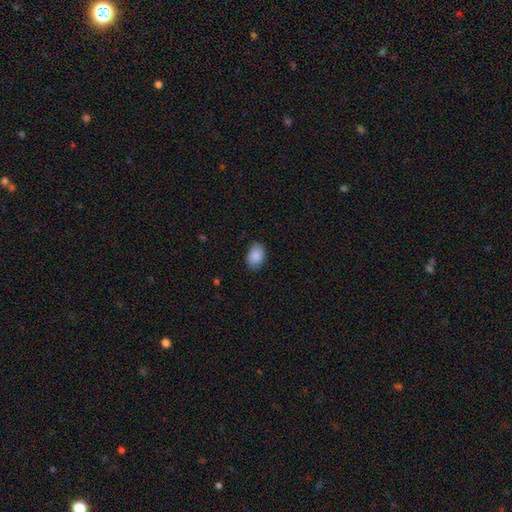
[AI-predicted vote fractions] Morphology: type=smooth (89%); roundness=in between (84%); merging=none (83%).